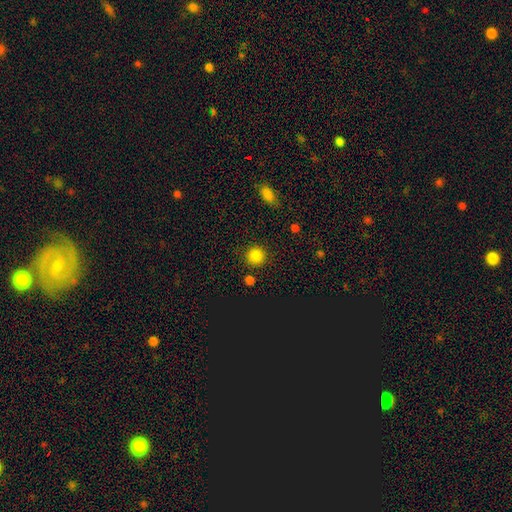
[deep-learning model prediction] The model was most divided on "smooth or featured": smooth: 84%, star or artifact: 12%, featured or disk: 4%. More confident: how rounded — round (92%); merging — none (87%).